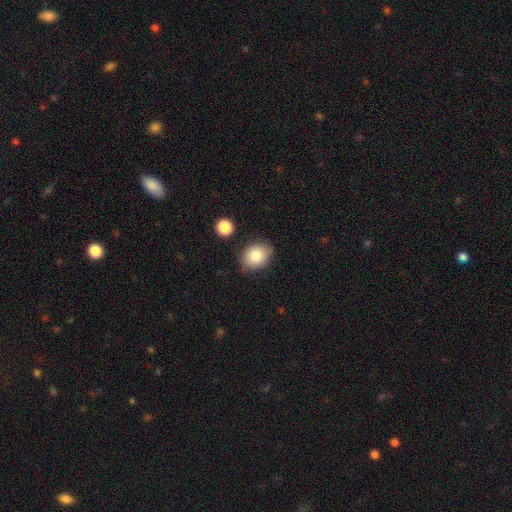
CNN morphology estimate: A smooth galaxy with no disk features (83%) that is in between round and cigar-shaped (58%).

Vote fractions:
- Smooth or featured? smooth: 83% / featured or disk: 9% / star or artifact: 8%
- How rounded? in between: 58% / round: 41% / cigar-shaped: 1%
- Merging? none: 79% / minor disturbance: 15% / merger: 3% / major disturbance: 3%